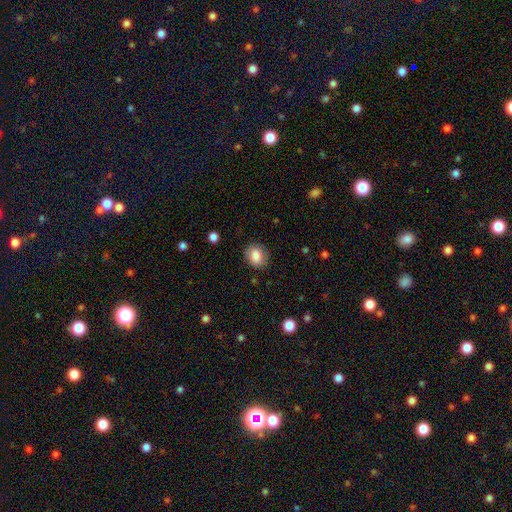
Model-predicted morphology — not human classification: Smooth or featured?
  - smooth: 84% *
  - star or artifact: 8%
  - featured or disk: 8%
How rounded?
  - round: 51% *
  - in between: 48%
  - cigar-shaped: 1%
Merging?
  - none: 83% *
  - minor disturbance: 12%
  - major disturbance: 4%
  - merger: 1%